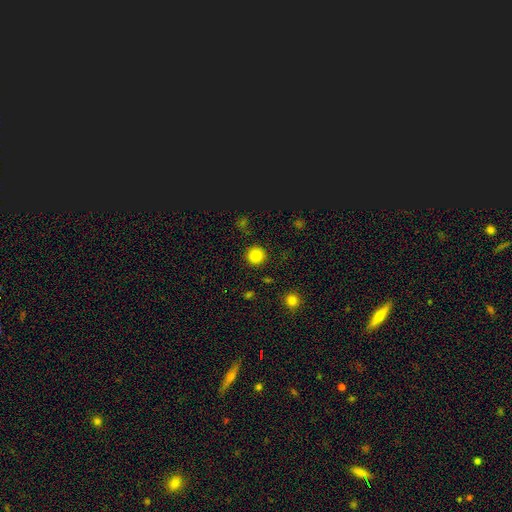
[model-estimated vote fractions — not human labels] A smooth galaxy with no disk features (83%) that is round (95%).

Vote fractions:
- Smooth or featured? smooth: 83% / star or artifact: 12% / featured or disk: 5%
- How rounded? round: 95% / in between: 4% / cigar-shaped: 1%
- Merging? none: 91% / minor disturbance: 5% / major disturbance: 2% / merger: 1%